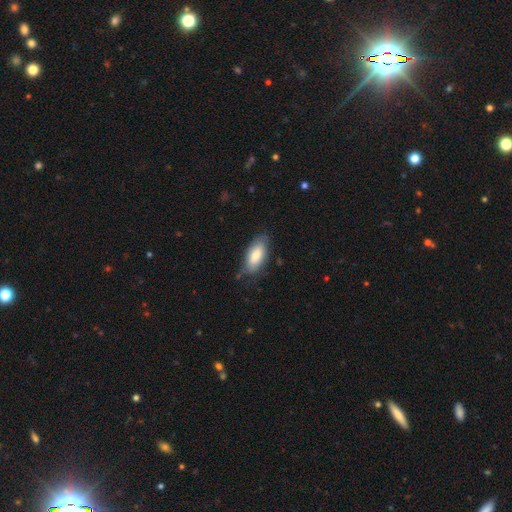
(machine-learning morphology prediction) Smooth or featured? Predicted: smooth (p=0.80). How rounded? Predicted: in between (p=0.88). Merging? Predicted: none (p=0.74).